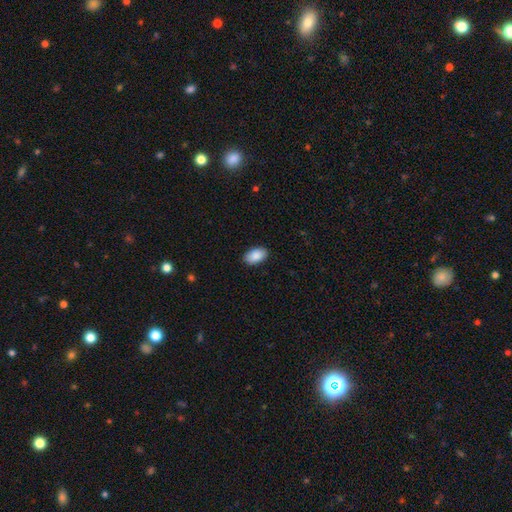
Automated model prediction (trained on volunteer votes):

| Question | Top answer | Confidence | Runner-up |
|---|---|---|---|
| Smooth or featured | smooth | 90% | star or artifact (6%) |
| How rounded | in between | 94% | round (4%) |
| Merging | none | 89% | minor disturbance (8%) |